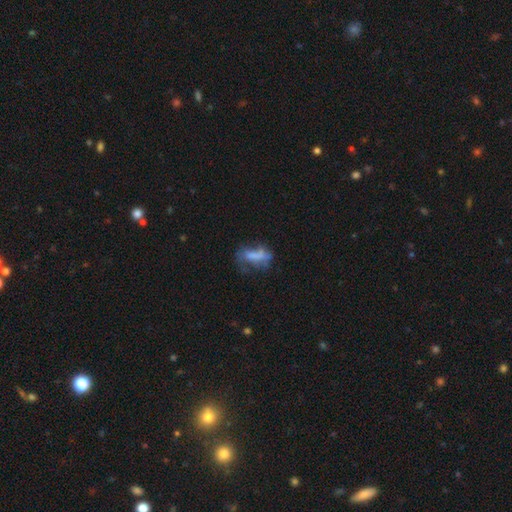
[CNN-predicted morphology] smooth-or-featured: smooth: 50% | featured or disk: 36% | star or artifact: 13%
  how-rounded: in between: 70% | cigar-shaped: 23% | round: 7%
  merging: major disturbance: 35% | none: 32% | minor disturbance: 24% | merger: 9%